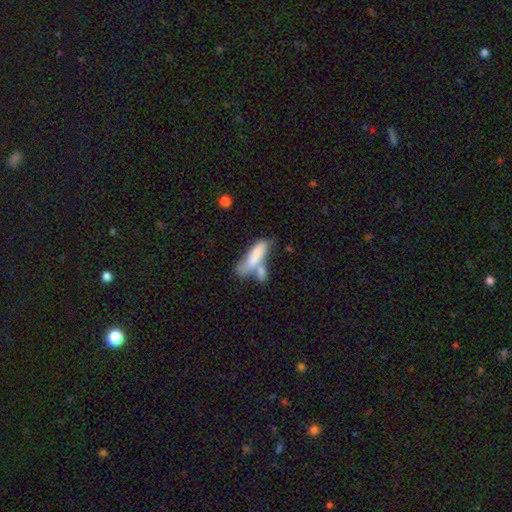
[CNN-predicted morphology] smooth_or_featured: smooth (p=0.74) [alt: featured or disk p=0.19]
how_rounded: cigar-shaped (p=0.55) [alt: in between p=0.42]
merging: merger (p=0.47) [alt: none p=0.27]